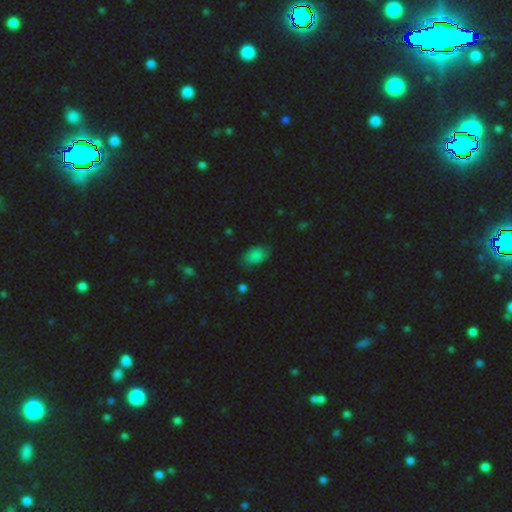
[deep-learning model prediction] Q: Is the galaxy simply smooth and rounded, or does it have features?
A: smooth — 74%.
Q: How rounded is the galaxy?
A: in between — 84%.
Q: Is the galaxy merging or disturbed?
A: none — 64%.